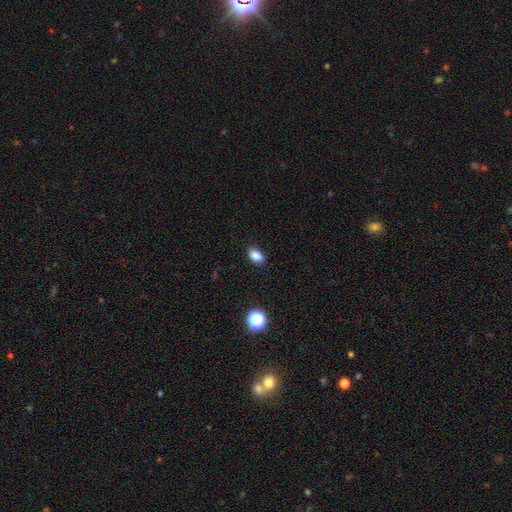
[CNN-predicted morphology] This appears to be a smooth galaxy with no disk features (86%) that is in between round and cigar-shaped (87%). Merging: none (88%).